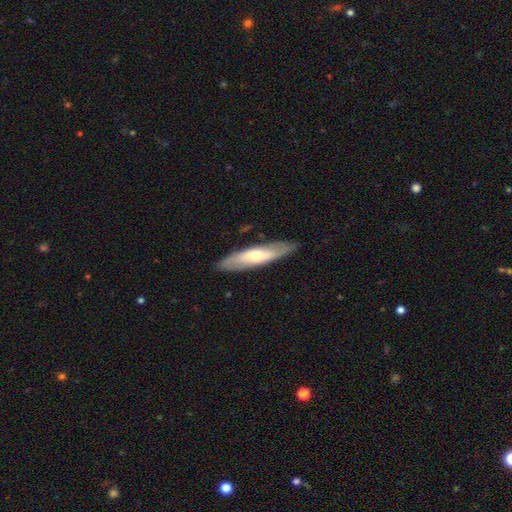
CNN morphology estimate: This appears to be a featured or disk galaxy (49%). Merging: none (85%).